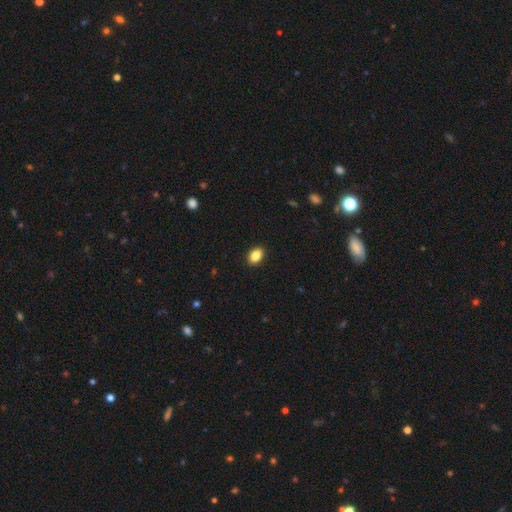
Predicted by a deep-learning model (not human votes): Smooth or featured? Predicted: smooth (p=0.86). How rounded? Predicted: in between (p=0.83). Merging? Predicted: none (p=0.90).